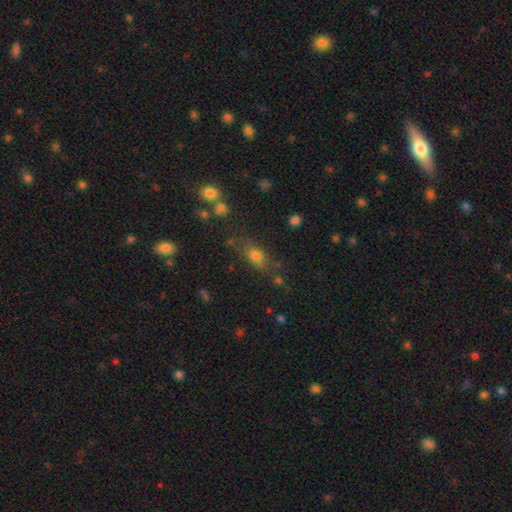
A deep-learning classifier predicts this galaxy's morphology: type=smooth (73%); roundness=in between (68%); merging=none (68%).